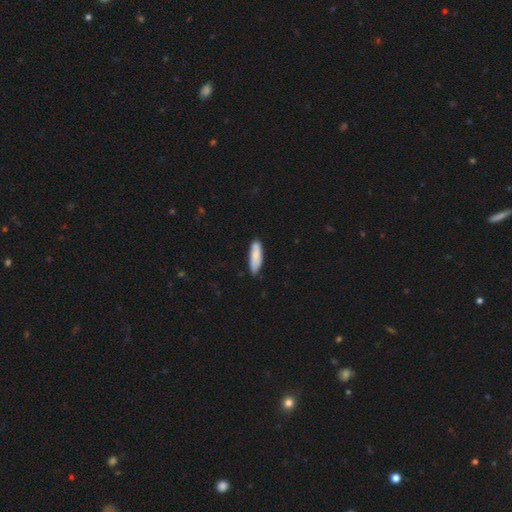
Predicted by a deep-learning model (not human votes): Smooth or featured: smooth — 81% (featured or disk — 14%)
How rounded: cigar-shaped — 50% (in between — 48%)
Merging: none — 79% (minor disturbance — 17%)